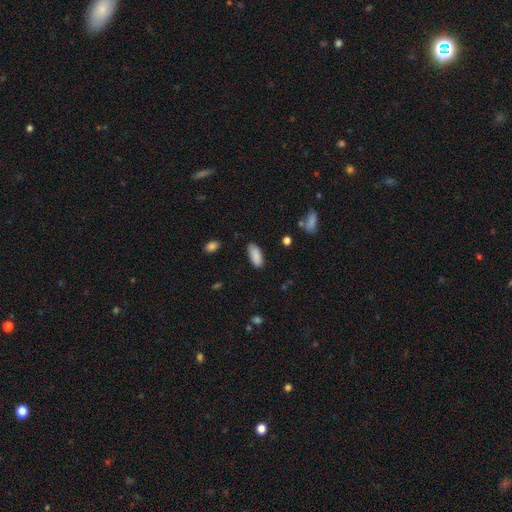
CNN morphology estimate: The model was most divided on "merging": none: 83%, minor disturbance: 12%, major disturbance: 3%, merger: 1%. More confident: smooth or featured — smooth (89%); how rounded — in between (86%).